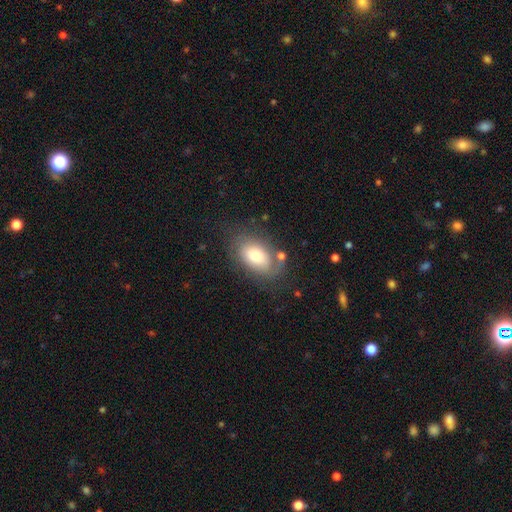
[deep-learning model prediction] The model was most divided on "smooth or featured": smooth: 64%, featured or disk: 28%, star or artifact: 8%. More confident: how rounded — in between (89%); merging — none (67%).